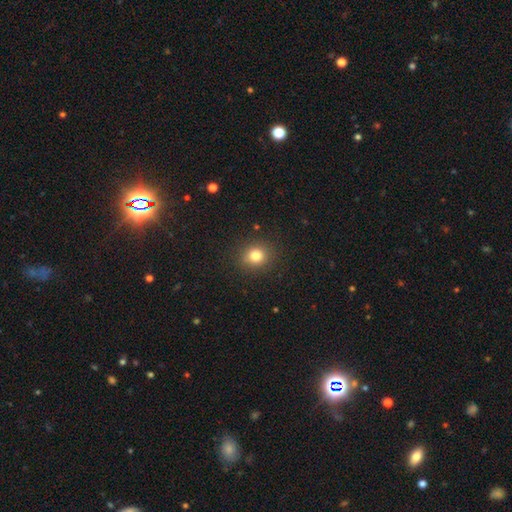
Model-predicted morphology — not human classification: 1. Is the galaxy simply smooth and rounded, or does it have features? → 81% smooth, 12% star or artifact, 6% featured or disk.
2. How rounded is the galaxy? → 79% round, 20% in between, 1% cigar-shaped.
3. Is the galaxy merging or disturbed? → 88% none, 8% minor disturbance, 3% major disturbance, 1% merger.